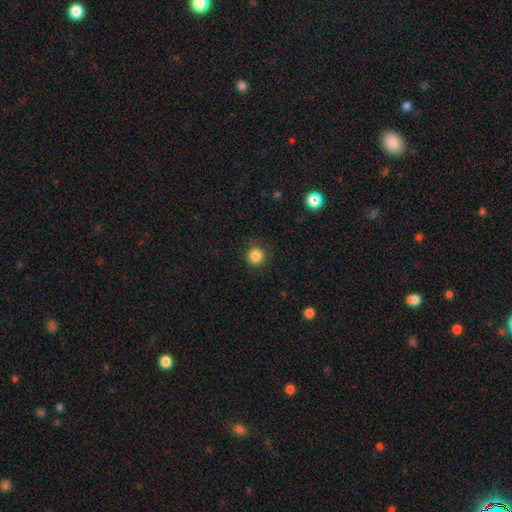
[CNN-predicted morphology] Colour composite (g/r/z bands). It shows a smooth galaxy with no disk features (86%) that is round (94%). Merging: none (89%).